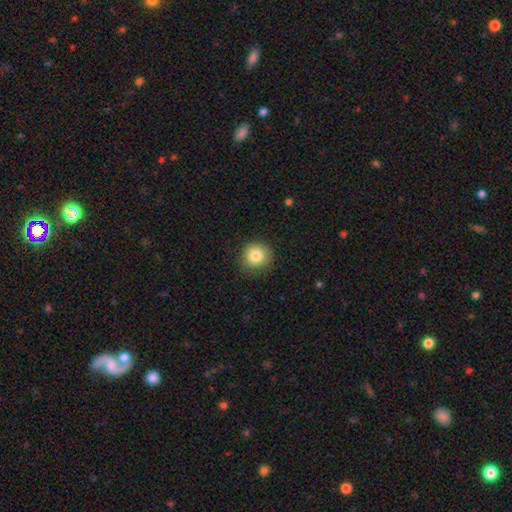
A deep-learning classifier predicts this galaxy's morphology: smooth 83%, star or artifact 10%, featured or disk 7%. Down the decision tree: how rounded — round (92%); merging — none (88%).